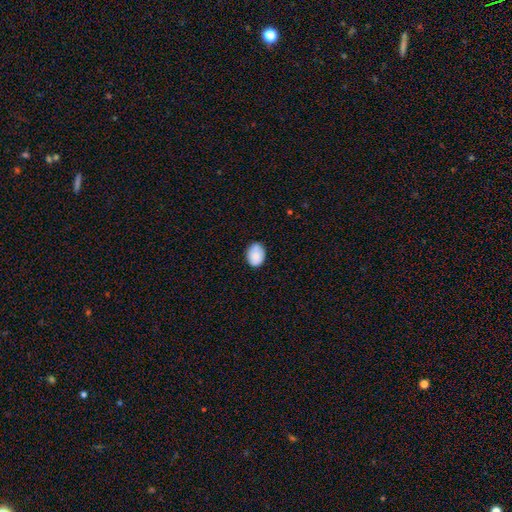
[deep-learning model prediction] This is clearly a smooth galaxy (86%). How rounded: likely in between (67%). Merging: likely none (77%).